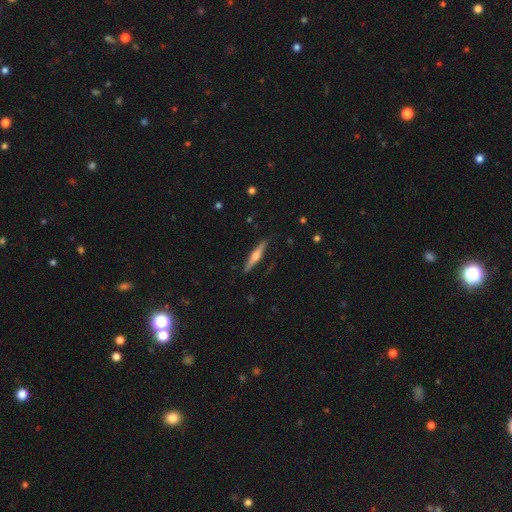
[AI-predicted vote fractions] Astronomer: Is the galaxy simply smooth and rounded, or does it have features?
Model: featured or disk — 60% (runner-up: smooth, 35%).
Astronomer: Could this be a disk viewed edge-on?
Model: yes — 97%.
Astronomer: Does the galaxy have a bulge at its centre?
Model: rounded — 90%.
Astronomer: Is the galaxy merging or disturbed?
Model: none — 88%.